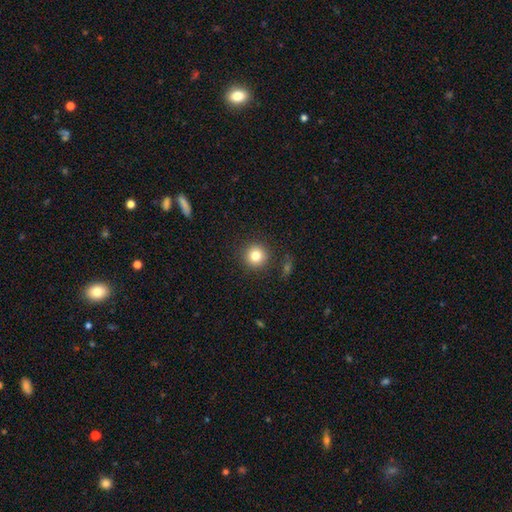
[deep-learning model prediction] Morphology: type=smooth (82%); roundness=round (94%); merging=none (88%).